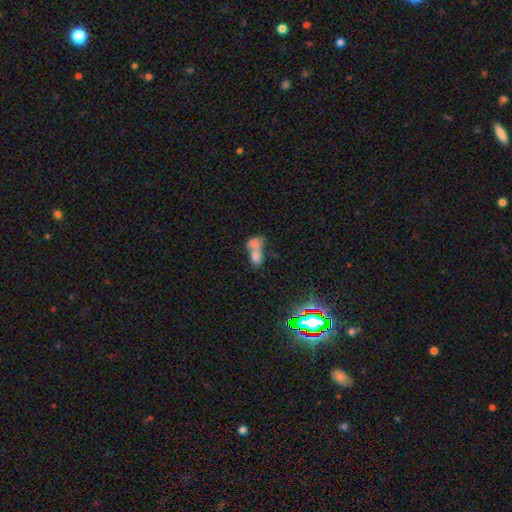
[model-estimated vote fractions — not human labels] smooth-or-featured: smooth: 66% | featured or disk: 19% | star or artifact: 15%
  how-rounded: in between: 80% | round: 14% | cigar-shaped: 6%
  merging: merger: 72% | none: 14% | major disturbance: 7% | minor disturbance: 6%